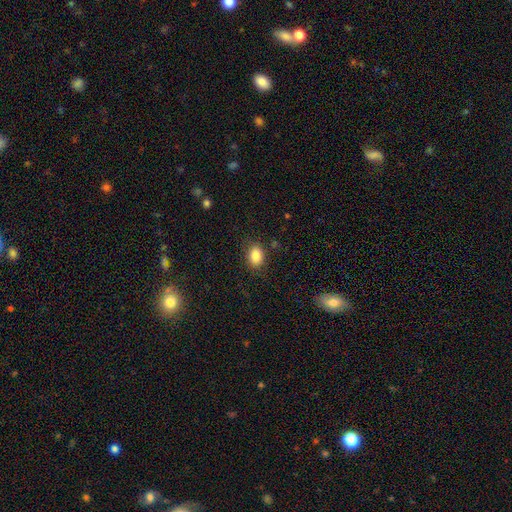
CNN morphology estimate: Smooth or featured?
  - smooth: 86% *
  - star or artifact: 9%
  - featured or disk: 5%
How rounded?
  - in between: 77% *
  - round: 21%
  - cigar-shaped: 1%
Merging?
  - none: 84% *
  - minor disturbance: 12%
  - major disturbance: 3%
  - merger: 2%